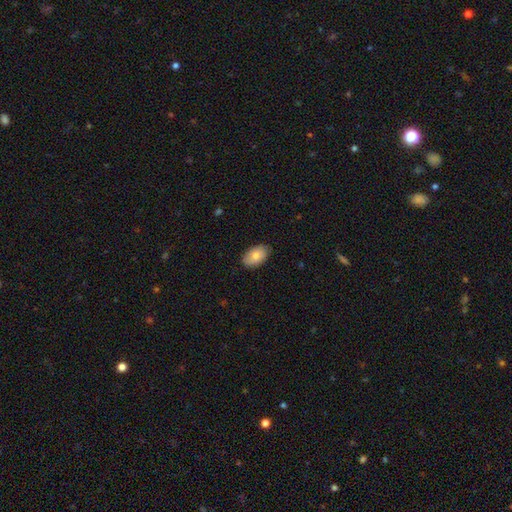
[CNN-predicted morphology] smooth_or_featured: smooth (p=0.80) [alt: featured or disk p=0.14]
how_rounded: in between (p=0.93) [alt: round p=0.06]
merging: none (p=0.84) [alt: minor disturbance p=0.13]